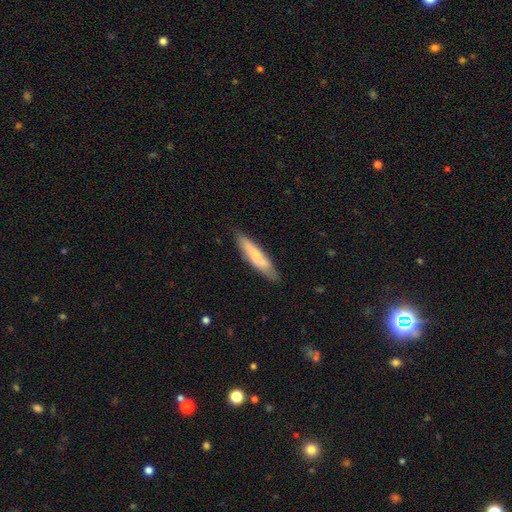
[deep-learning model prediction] smooth-or-featured: smooth: 61% | featured or disk: 33% | star or artifact: 6%
  how-rounded: cigar-shaped: 76% | in between: 22% | round: 2%
  merging: none: 80% | minor disturbance: 16% | major disturbance: 3% | merger: 2%